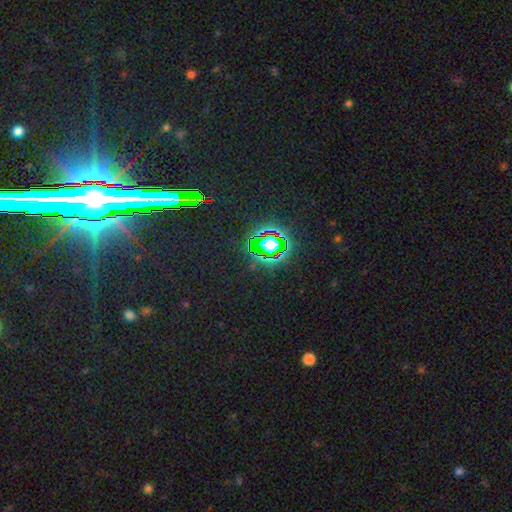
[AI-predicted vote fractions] star or artifact 82%, smooth 10%, featured or disk 8%.